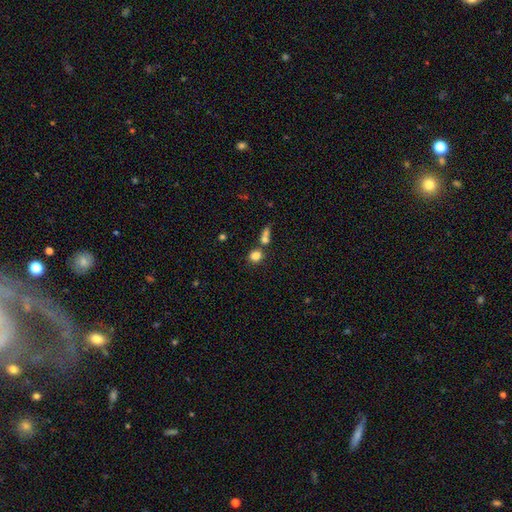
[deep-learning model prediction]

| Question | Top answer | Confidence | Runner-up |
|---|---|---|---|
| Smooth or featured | smooth | 81% | star or artifact (12%) |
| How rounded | round | 68% | in between (30%) |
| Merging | none | 52% | merger (33%) |